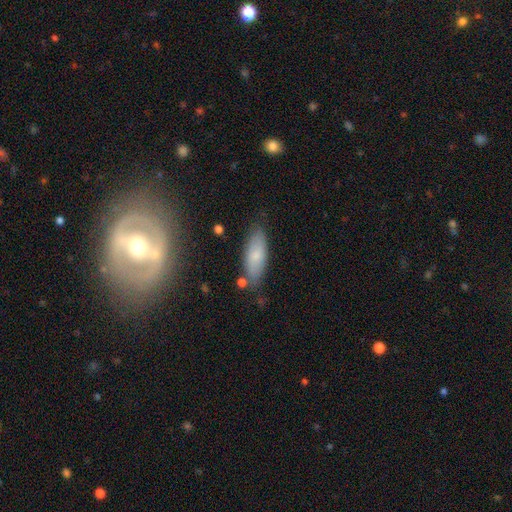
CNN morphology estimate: This is likely a smooth galaxy (73%). How rounded: likely in between (73%). Merging: likely none (78%).